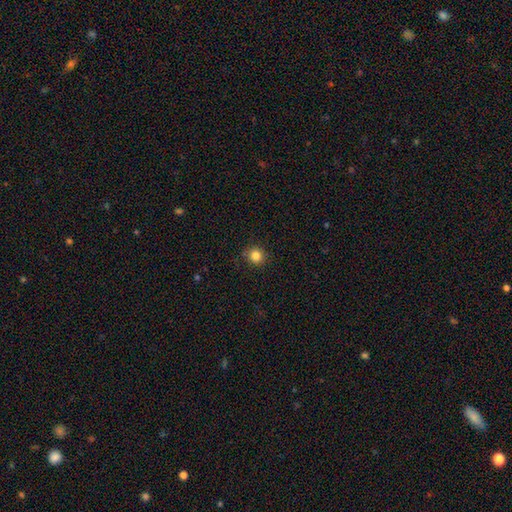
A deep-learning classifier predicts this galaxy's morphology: Smooth or featured? Predicted: smooth (p=0.84). How rounded? Predicted: round (p=0.90). Merging? Predicted: none (p=0.88).